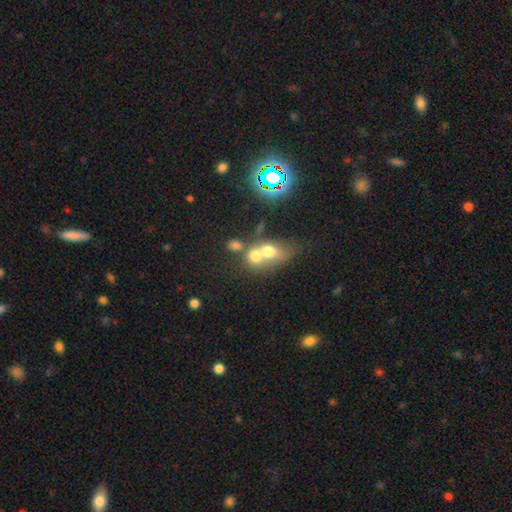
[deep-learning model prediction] smooth_or_featured: smooth (p=0.63) [alt: featured or disk p=0.22]
how_rounded: round (p=0.52) [alt: in between p=0.46]
merging: merger (p=0.69) [alt: none p=0.19]